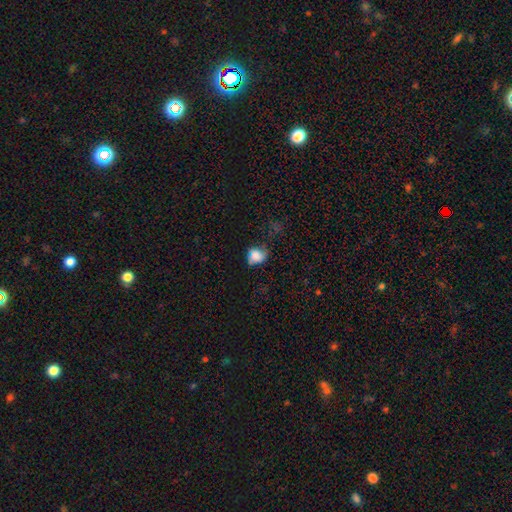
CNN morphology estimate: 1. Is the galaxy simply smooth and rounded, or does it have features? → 72% smooth, 17% star or artifact, 11% featured or disk.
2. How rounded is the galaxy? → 55% round, 43% in between, 2% cigar-shaped.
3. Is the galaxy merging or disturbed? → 50% none, 29% minor disturbance, 16% major disturbance, 6% merger.